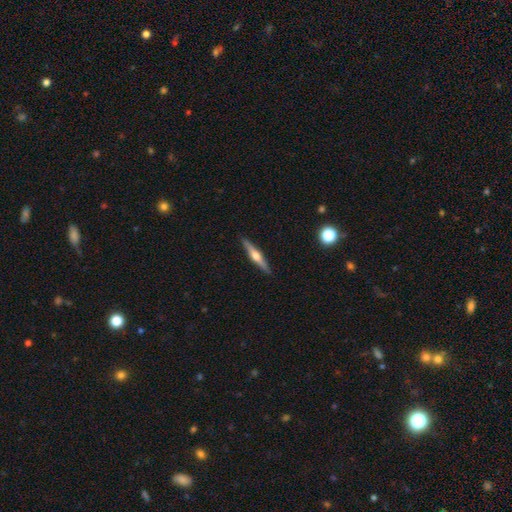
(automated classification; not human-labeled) This is likely a featured or disk galaxy (70%). It is clearly viewed edge-on (98%). Edge-on bulge: clearly rounded (93%). Merging: clearly none (91%).